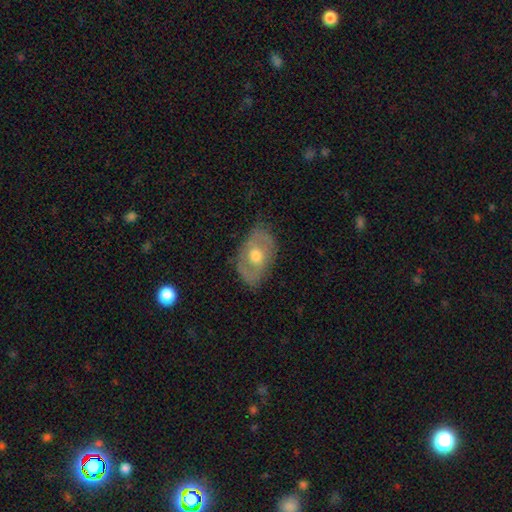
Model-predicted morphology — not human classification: Smooth or featured? Predicted: featured or disk (p=0.58). Edge-on disk? Predicted: no (p=0.90). Bar? Predicted: no (p=0.68). Spiral arms? Predicted: no (p=0.56). Bulge size? Predicted: moderate (p=0.76). Merging? Predicted: none (p=0.77).